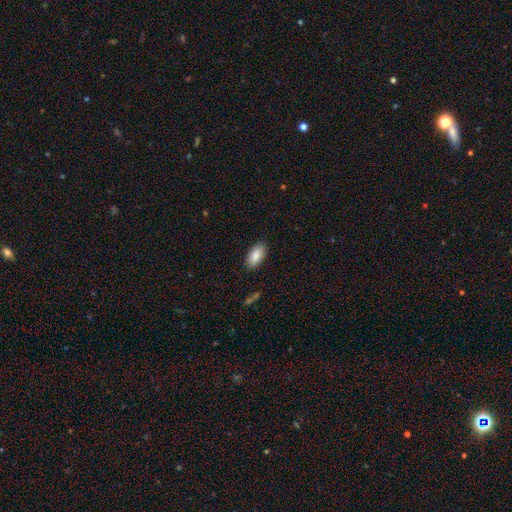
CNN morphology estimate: smooth 87%, featured or disk 7%, star or artifact 6%. Down the decision tree: how rounded — in between (93%); merging — none (87%).